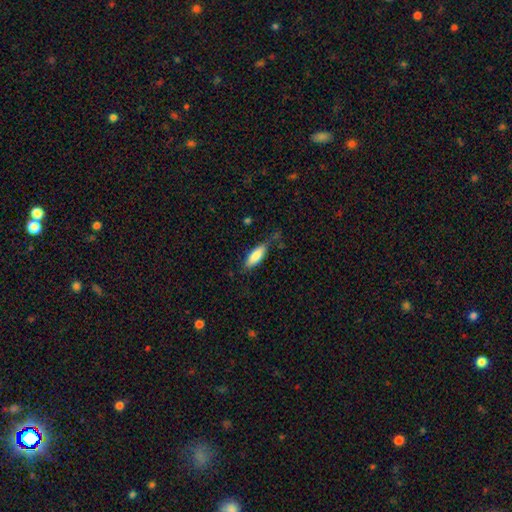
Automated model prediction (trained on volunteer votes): Smooth or featured: smooth — 84% (featured or disk — 10%)
How rounded: in between — 69% (cigar-shaped — 30%)
Merging: none — 67% (minor disturbance — 23%)